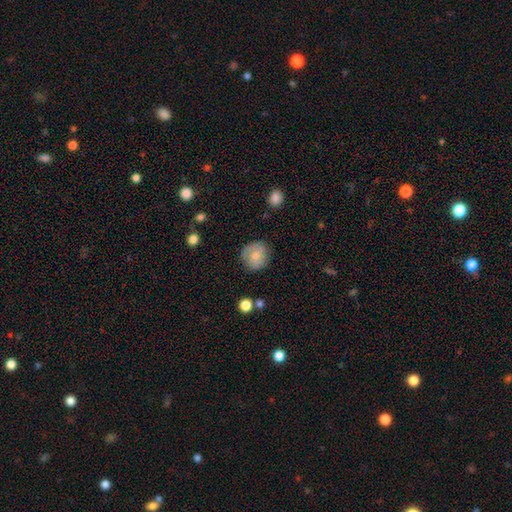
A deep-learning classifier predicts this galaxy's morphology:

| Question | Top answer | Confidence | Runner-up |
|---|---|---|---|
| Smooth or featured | smooth | 78% | featured or disk (15%) |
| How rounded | round | 88% | in between (11%) |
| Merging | none | 78% | minor disturbance (16%) |